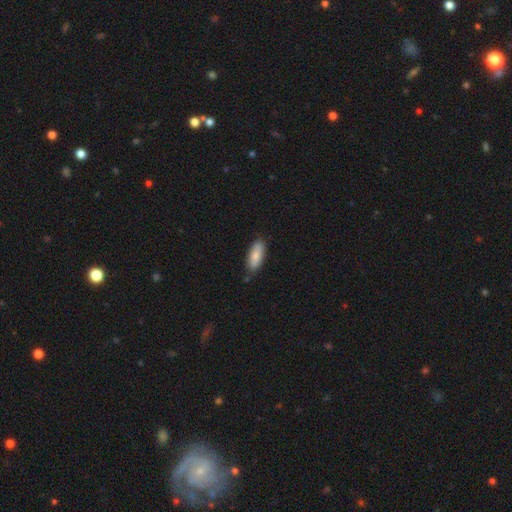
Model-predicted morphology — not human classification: Smooth or featured?
  - smooth: 82% *
  - featured or disk: 12%
  - star or artifact: 6%
How rounded?
  - in between: 78% *
  - cigar-shaped: 20%
  - round: 2%
Merging?
  - none: 79% *
  - minor disturbance: 17%
  - major disturbance: 2%
  - merger: 2%